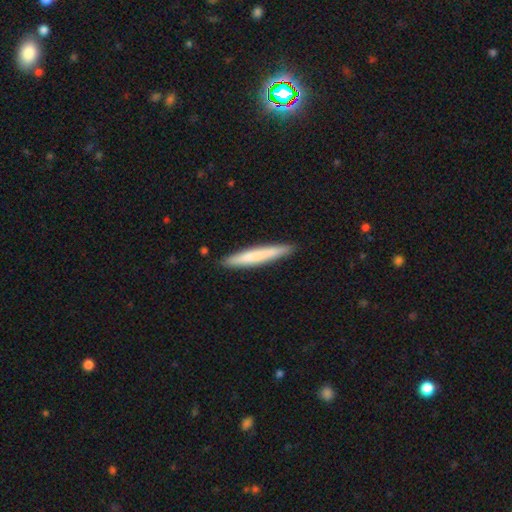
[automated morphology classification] A smooth galaxy with no disk features (70%) that is cigar-shaped (96%).

Vote fractions:
- Smooth or featured? smooth: 70% / featured or disk: 25% / star or artifact: 5%
- How rounded? cigar-shaped: 96% / in between: 3% / round: 1%
- Merging? none: 90% / minor disturbance: 7% / major disturbance: 1% / merger: 1%